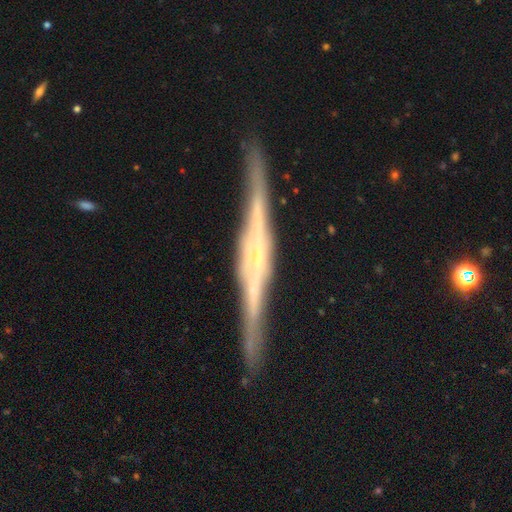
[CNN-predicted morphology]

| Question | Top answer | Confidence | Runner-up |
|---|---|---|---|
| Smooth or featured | featured or disk | 88% | smooth (7%) |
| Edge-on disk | yes | 98% | no (2%) |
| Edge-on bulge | boxy | 54% | rounded (34%) |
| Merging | none | 89% | minor disturbance (8%) |